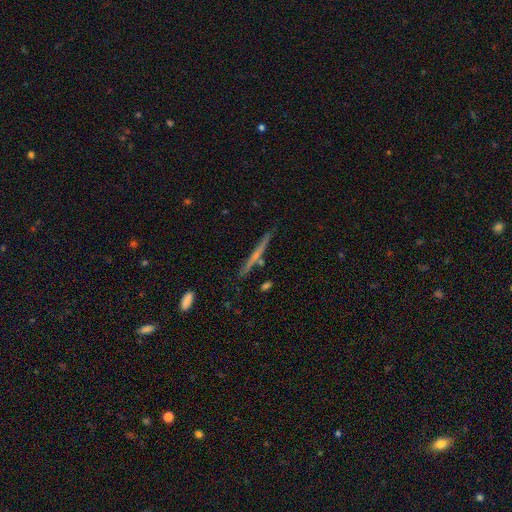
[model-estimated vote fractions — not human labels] This appears to be a featured or disk galaxy (60%) viewed edge-on (97%) with no central bulge (59%). Merging: none (87%).